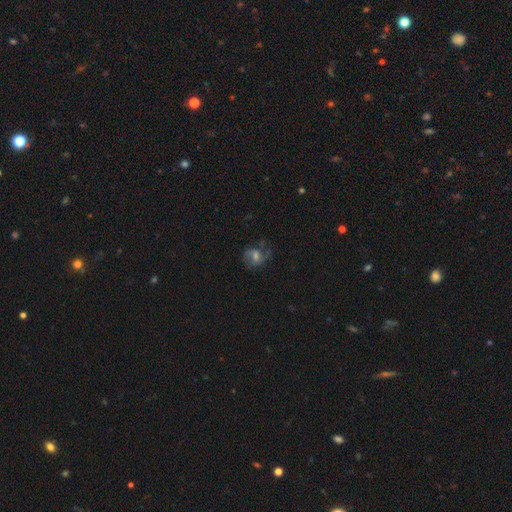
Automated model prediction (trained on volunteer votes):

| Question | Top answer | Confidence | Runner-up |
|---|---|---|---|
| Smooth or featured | featured or disk | 56% | smooth (30%) |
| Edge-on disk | no | 97% | yes (3%) |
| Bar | no | 46% | weak (43%) |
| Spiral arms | yes | 80% | no (20%) |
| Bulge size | moderate | 52% | small (29%) |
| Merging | none | 56% | minor disturbance (22%) |